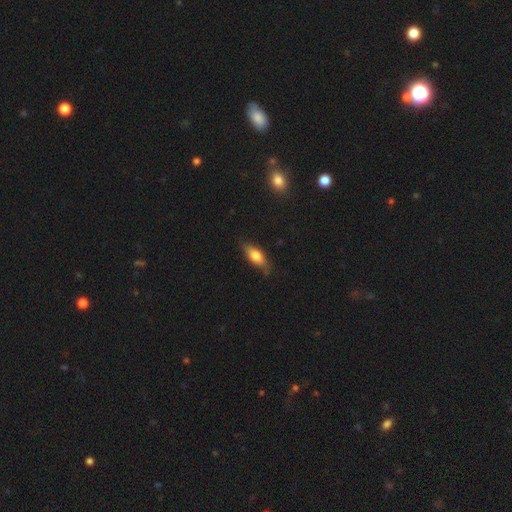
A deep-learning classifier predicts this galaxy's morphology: A smooth galaxy with no disk features (66%) that is in between round and cigar-shaped (66%).

Vote fractions:
- Smooth or featured? smooth: 66% / featured or disk: 27% / star or artifact: 7%
- How rounded? in between: 66% / cigar-shaped: 31% / round: 3%
- Merging? none: 76% / minor disturbance: 19% / major disturbance: 3% / merger: 1%